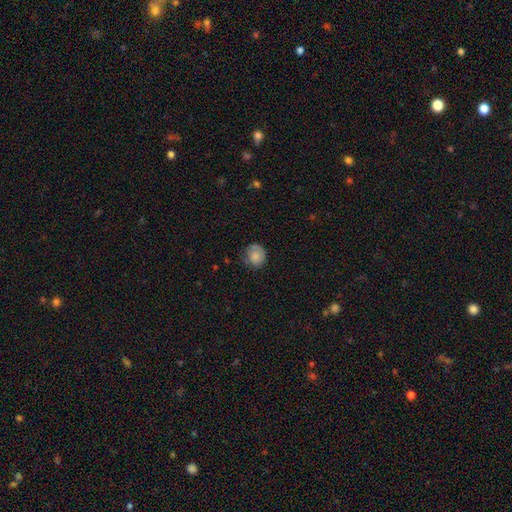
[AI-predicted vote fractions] smooth-or-featured: smooth: 76% | featured or disk: 15% | star or artifact: 8%
  how-rounded: round: 81% | in between: 18% | cigar-shaped: 1%
  merging: none: 64% | minor disturbance: 26% | major disturbance: 9% | merger: 2%